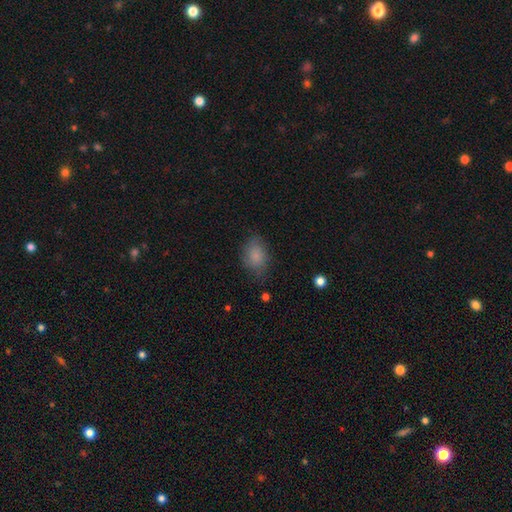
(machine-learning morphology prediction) smooth 83%, star or artifact 9%, featured or disk 8%. Down the decision tree: how rounded — in between (81%); merging — none (71%).